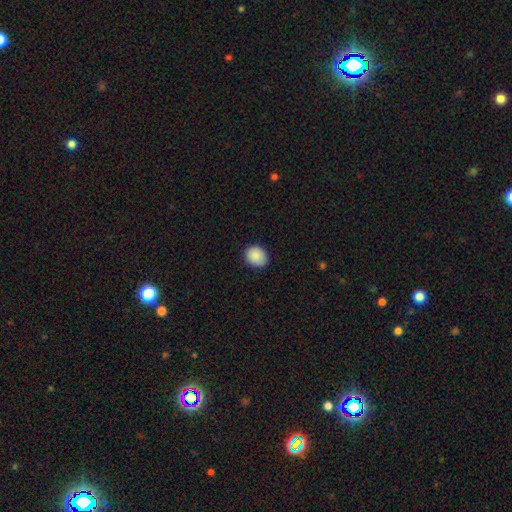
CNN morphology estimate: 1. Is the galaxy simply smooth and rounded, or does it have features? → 88% smooth, 8% star or artifact, 5% featured or disk.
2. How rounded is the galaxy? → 67% round, 32% in between, 1% cigar-shaped.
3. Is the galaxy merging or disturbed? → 83% none, 14% minor disturbance, 2% major disturbance, 1% merger.